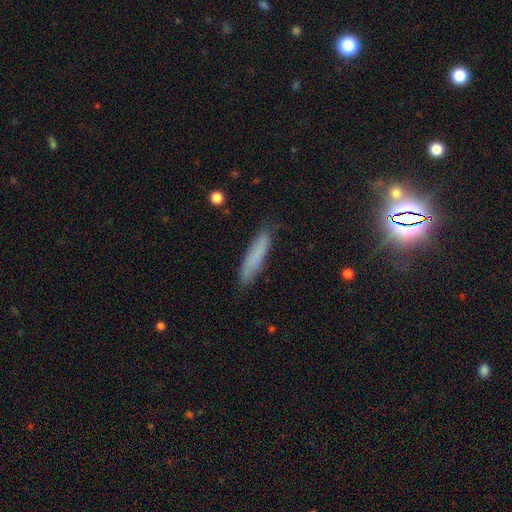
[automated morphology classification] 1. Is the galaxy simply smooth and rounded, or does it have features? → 75% smooth, 18% featured or disk, 7% star or artifact.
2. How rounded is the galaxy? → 84% cigar-shaped, 15% in between, 1% round.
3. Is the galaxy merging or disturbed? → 79% none, 16% minor disturbance, 3% major disturbance, 1% merger.